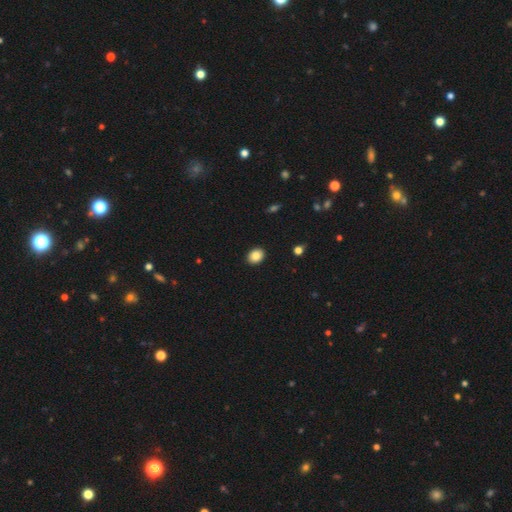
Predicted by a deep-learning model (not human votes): This appears to be a smooth galaxy with no disk features (85%) that is round (50%). Merging: none (92%).